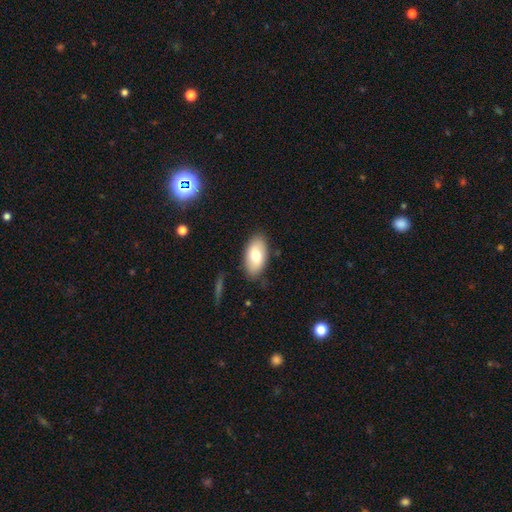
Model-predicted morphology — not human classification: type=smooth (73%); roundness=in between (94%); merging=none (83%).